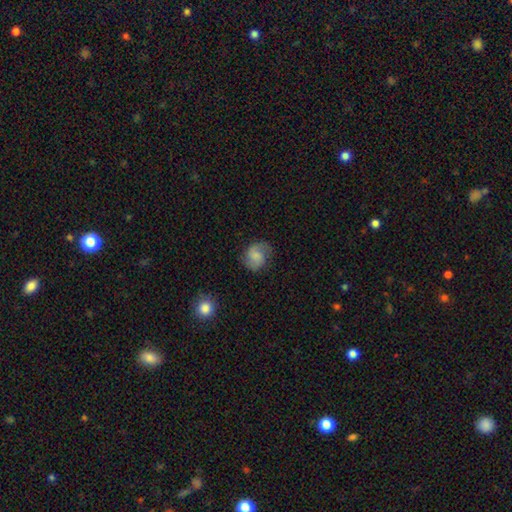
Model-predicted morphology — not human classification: smooth-or-featured: featured or disk: 51% | smooth: 40% | star or artifact: 9%
  disk-edge-on: no: 98% | yes: 2%
  merging: none: 74% | minor disturbance: 18% | major disturbance: 7% | merger: 1%